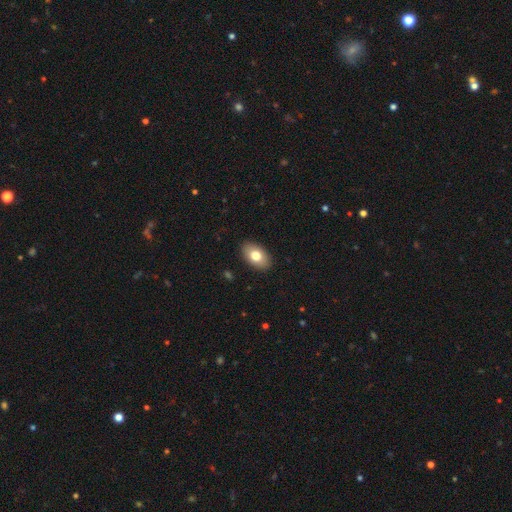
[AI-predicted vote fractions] Morphology: type=smooth (77%); roundness=in between (92%); merging=none (89%).